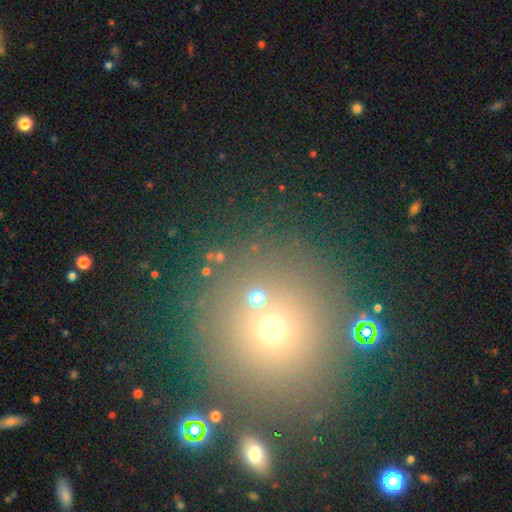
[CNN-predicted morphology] Q: Smooth or featured?
A: smooth (52%); runner-up: star or artifact (38%)
Q: How rounded?
A: round (92%); runner-up: in between (7%)
Q: Merging?
A: none (79%); runner-up: merger (8%)